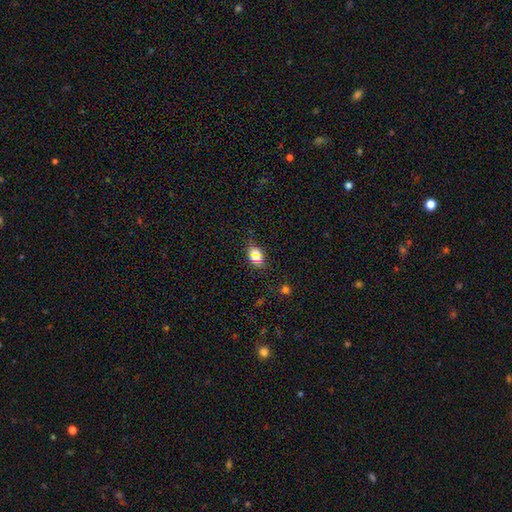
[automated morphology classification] Overall: smooth (80%). How rounded: in between (76%). Merging: none (76%).